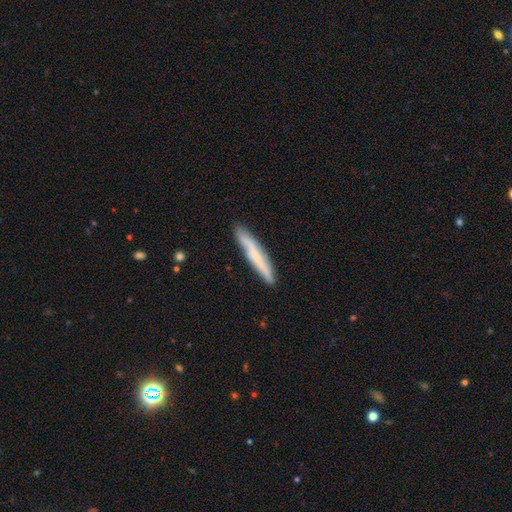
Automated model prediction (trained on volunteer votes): smooth 53%, featured or disk 41%, star or artifact 6%. Down the decision tree: how rounded — cigar-shaped (94%); merging — none (87%).